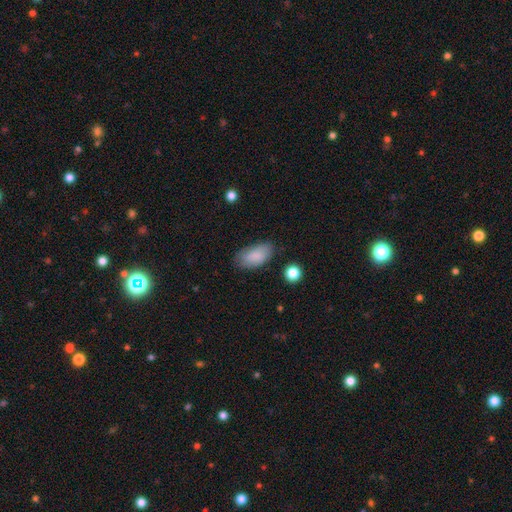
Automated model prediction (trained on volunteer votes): Overall: smooth (85%). How rounded: in between (93%). Merging: none (73%).